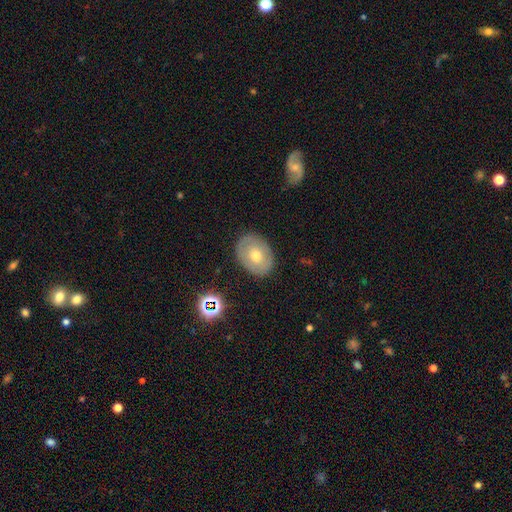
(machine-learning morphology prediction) Smooth or featured? smooth (54%)
How rounded? in between (68%)
Merging? none (84%)